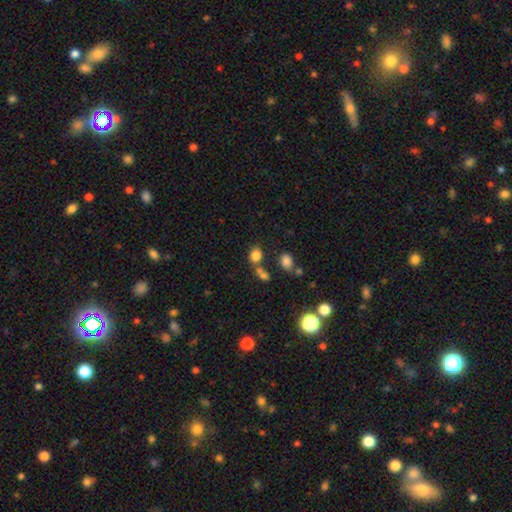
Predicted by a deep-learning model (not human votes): Smooth or featured? Predicted: smooth (p=0.80). How rounded? Predicted: in between (p=0.52). Merging? Predicted: none (p=0.59).